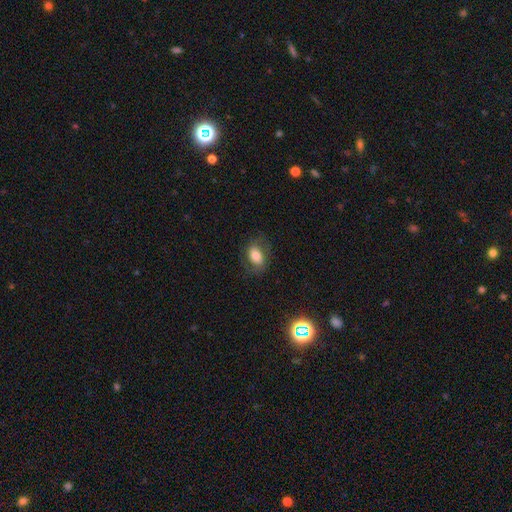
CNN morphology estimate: This is likely a smooth galaxy (66%). How rounded: likely in between (79%). Merging: likely none (71%).